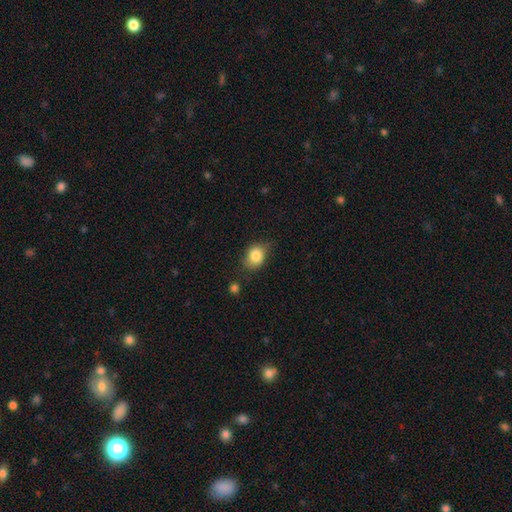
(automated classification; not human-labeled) smooth-or-featured: smooth: 83% | star or artifact: 9% | featured or disk: 8%
  how-rounded: in between: 53% | round: 46% | cigar-shaped: 1%
  merging: none: 67% | minor disturbance: 24% | major disturbance: 6% | merger: 3%